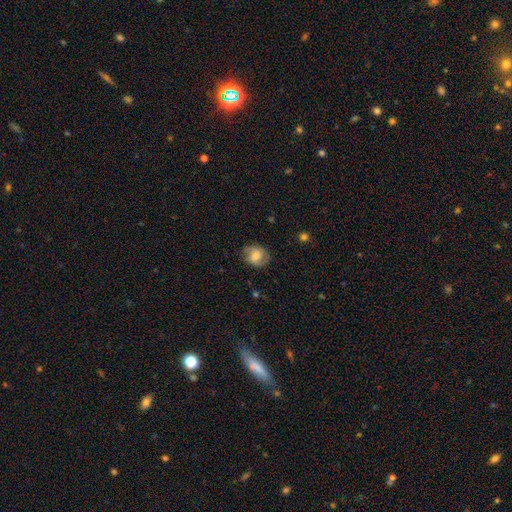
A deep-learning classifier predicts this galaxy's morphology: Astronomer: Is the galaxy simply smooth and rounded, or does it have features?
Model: smooth — 52% (runner-up: featured or disk, 40%).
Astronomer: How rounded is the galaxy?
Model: round — 58% (runner-up: in between, 41%).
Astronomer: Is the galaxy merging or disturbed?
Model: none — 73%.